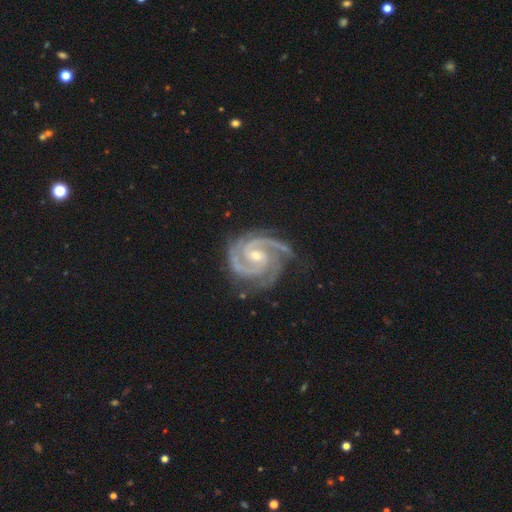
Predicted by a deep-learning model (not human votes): smooth_or_featured: featured or disk (p=0.94) [alt: star or artifact p=0.04]
disk_edge_on: no (p=0.98) [alt: yes p=0.02]
bar: no (p=0.45) [alt: weak p=0.40]
has_spiral_arms: yes (p=0.99) [alt: no p=0.01]
spiral_winding: tight (p=0.65) [alt: medium p=0.32]
spiral_arm_count: 2 (p=0.56) [alt: 3 p=0.33]
bulge_size: small (p=0.54) [alt: moderate p=0.43]
merging: none (p=0.73) [alt: minor disturbance p=0.20]